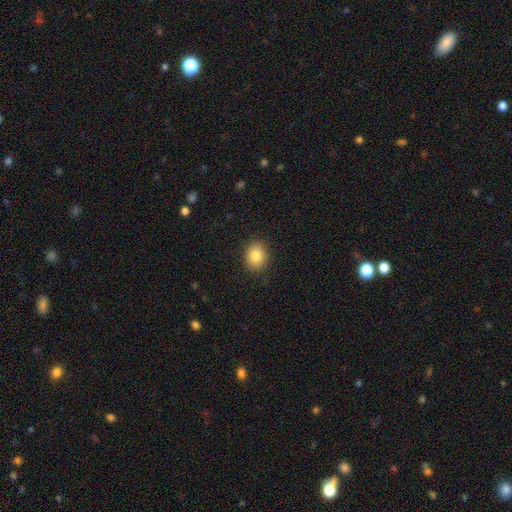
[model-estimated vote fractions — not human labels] smooth 83%, star or artifact 9%, featured or disk 8%. Down the decision tree: how rounded — round (57%); merging — none (89%).